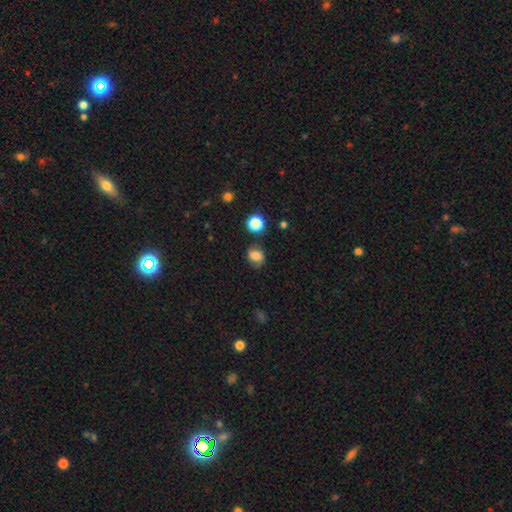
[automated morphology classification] Overall: smooth (71%). How rounded: round (52%; in between 47%). Merging: none (71%).